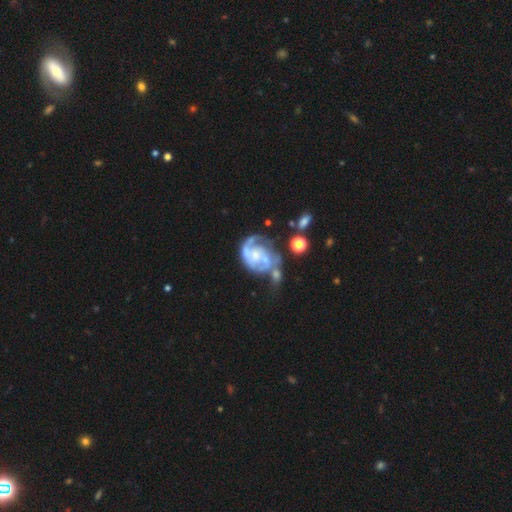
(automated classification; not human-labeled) smooth-or-featured: featured or disk: 84% | smooth: 10% | star or artifact: 6%
  disk-edge-on: no: 98% | yes: 2%
    bar: no: 67% | weak: 27% | strong: 6%
    has-spiral-arms: yes: 91% | no: 9%
      spiral-winding: medium: 42% | tight: 41% | loose: 17%
      spiral-arm-count: 2: 55% | can't tell: 15% | 1: 15% | 3: 9% | 4: 3% | more than 4: 2%
    bulge-size: small: 54% | moderate: 28% | none: 12% | large: 4% | dominant: 1%
  merging: none: 32% | major disturbance: 25% | merger: 23% | minor disturbance: 20%